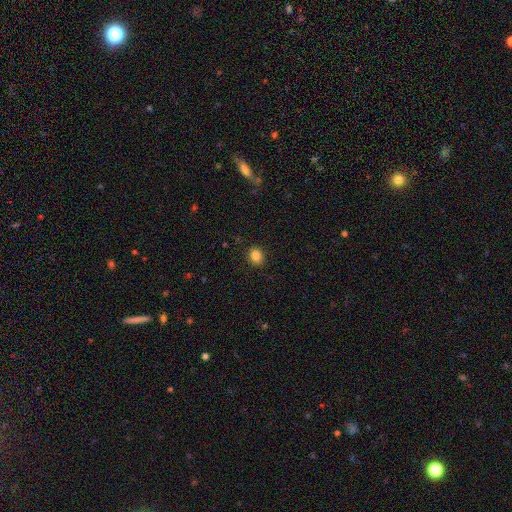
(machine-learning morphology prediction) This appears to be a smooth galaxy with no disk features (85%) that is round (69%). Merging: none (90%).